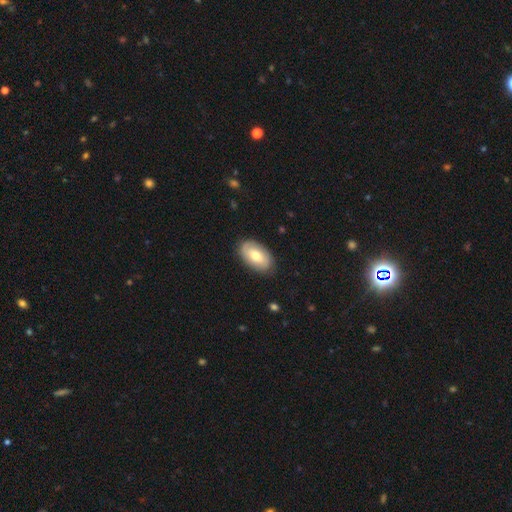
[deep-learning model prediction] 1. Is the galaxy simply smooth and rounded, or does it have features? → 64% smooth, 30% featured or disk, 6% star or artifact.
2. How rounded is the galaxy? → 93% in between, 5% round, 2% cigar-shaped.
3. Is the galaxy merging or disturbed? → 85% none, 11% minor disturbance, 3% major disturbance, 1% merger.